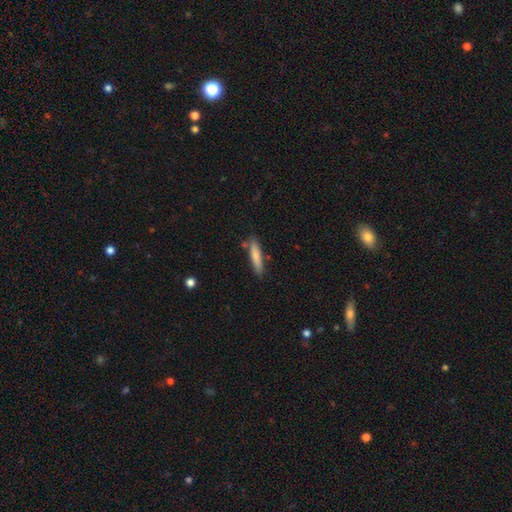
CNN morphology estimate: smooth-or-featured: smooth: 78% | featured or disk: 16% | star or artifact: 6%
  how-rounded: cigar-shaped: 86% | in between: 12% | round: 1%
  merging: none: 79% | minor disturbance: 13% | merger: 5% | major disturbance: 3%